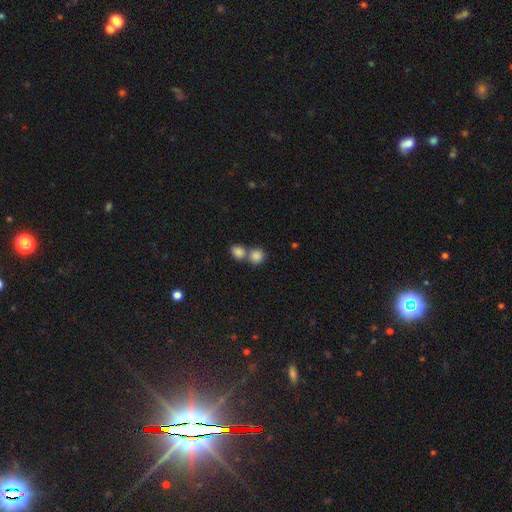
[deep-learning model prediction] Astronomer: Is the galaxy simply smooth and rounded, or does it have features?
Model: smooth — 85%.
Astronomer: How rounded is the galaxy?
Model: round — 81%.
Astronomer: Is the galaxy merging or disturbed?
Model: merger — 51% (runner-up: none, 40%).